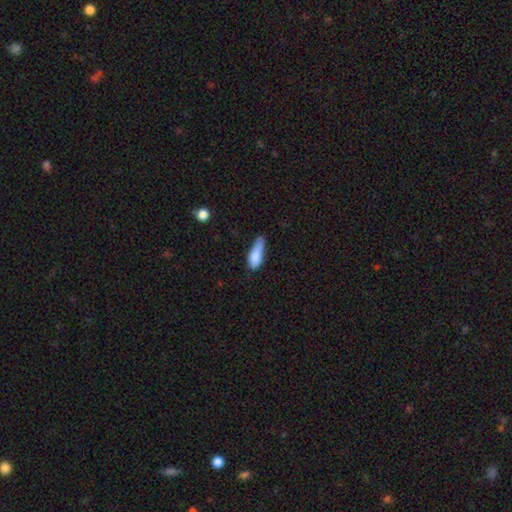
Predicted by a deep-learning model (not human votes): Smooth or featured? smooth (84%)
How rounded? in between (59%)
Merging? none (45%)